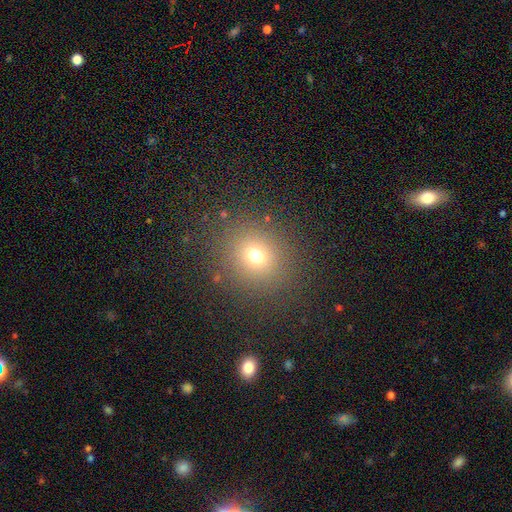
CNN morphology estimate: The model was most divided on "smooth or featured": smooth: 69%, star or artifact: 21%, featured or disk: 10%. More confident: merging — none (85%); how rounded — round (83%).